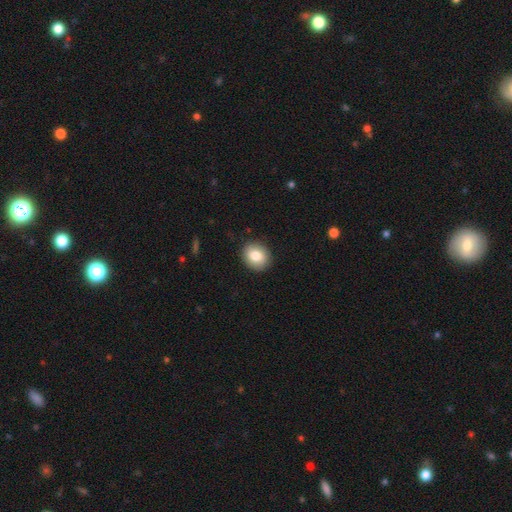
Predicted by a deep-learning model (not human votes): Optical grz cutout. It shows a smooth galaxy with no disk features (82%) that is round (65%). Merging: none (89%).